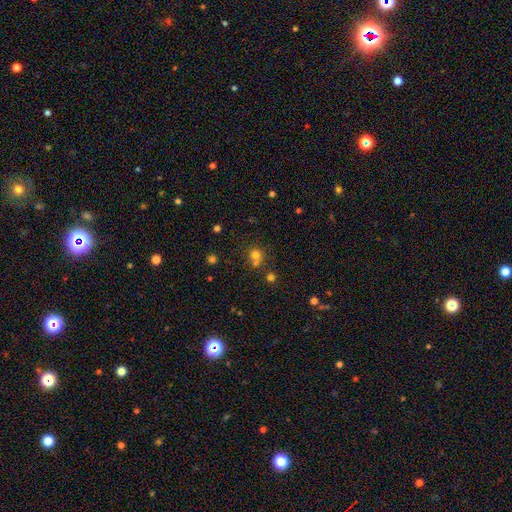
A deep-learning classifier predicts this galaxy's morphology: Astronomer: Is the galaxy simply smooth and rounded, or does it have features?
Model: smooth — 69%.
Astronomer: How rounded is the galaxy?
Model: round — 86%.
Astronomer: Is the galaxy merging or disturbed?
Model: none — 50% (runner-up: merger, 40%).